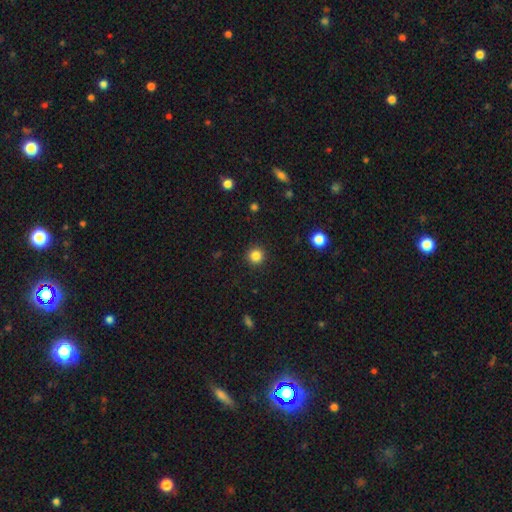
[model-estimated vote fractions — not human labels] This is clearly a smooth galaxy (84%). How rounded: clearly round (95%). Merging: clearly none (92%).